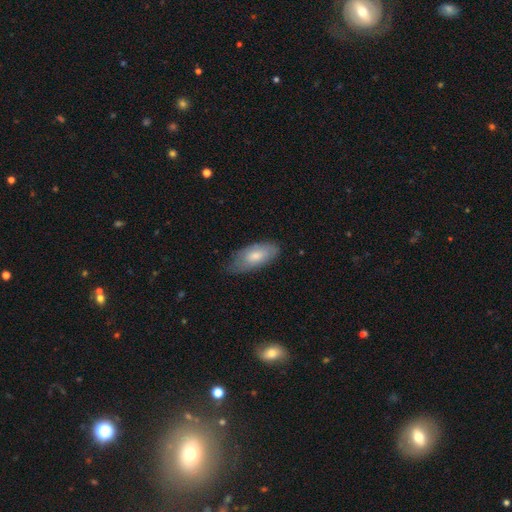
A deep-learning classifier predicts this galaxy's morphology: This appears to be a smooth galaxy with no disk features (70%) that is in between round and cigar-shaped (87%). Merging: none (62%).